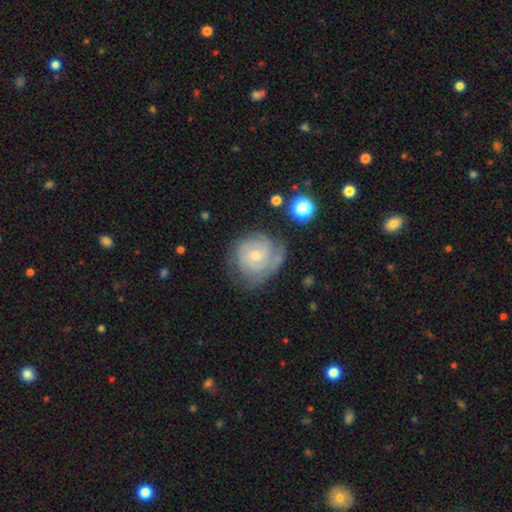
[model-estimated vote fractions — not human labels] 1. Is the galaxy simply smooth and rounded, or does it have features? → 76% featured or disk, 17% smooth, 7% star or artifact.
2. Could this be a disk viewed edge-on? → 98% no, 2% yes.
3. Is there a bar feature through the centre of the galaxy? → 71% no, 25% weak, 4% strong.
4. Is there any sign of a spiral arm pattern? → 92% yes, 8% no.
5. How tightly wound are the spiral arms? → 67% tight, 26% medium, 7% loose.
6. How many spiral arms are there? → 33% 2 (tied), 33% can't tell (tied), 18% 3, 8% 1, 5% 4, 4% more than 4.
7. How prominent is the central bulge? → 59% small, 37% moderate, 2% none, 1% large, 1% dominant.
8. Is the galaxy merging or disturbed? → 66% none, 22% minor disturbance, 10% major disturbance, 2% merger.